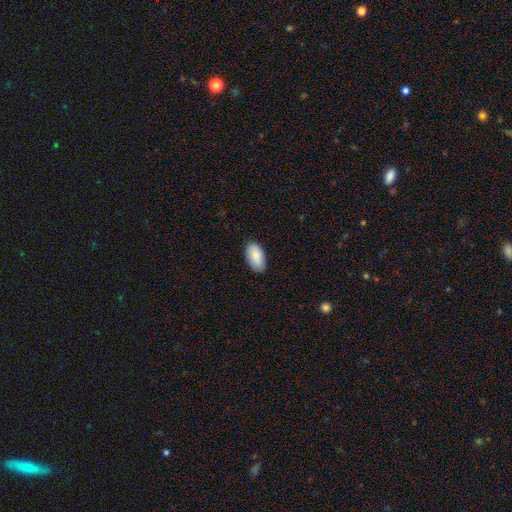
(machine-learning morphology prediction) type=smooth (89%); roundness=in between (95%); merging=none (86%).